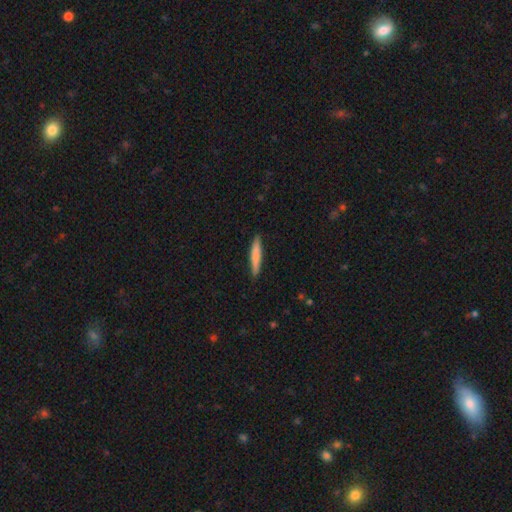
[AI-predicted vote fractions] Smooth or featured?
  - smooth: 76% *
  - featured or disk: 19%
  - star or artifact: 5%
How rounded?
  - cigar-shaped: 93% *
  - in between: 6%
  - round: 1%
Merging?
  - none: 89% *
  - minor disturbance: 8%
  - major disturbance: 2%
  - merger: 1%